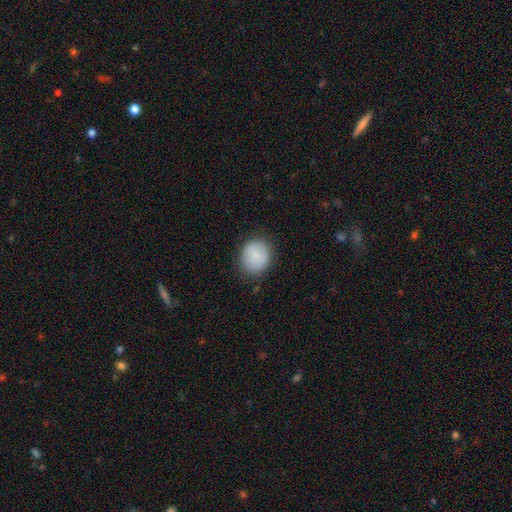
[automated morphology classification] A smooth galaxy with no disk features (84%) that is round (74%). Merging: none (83%).